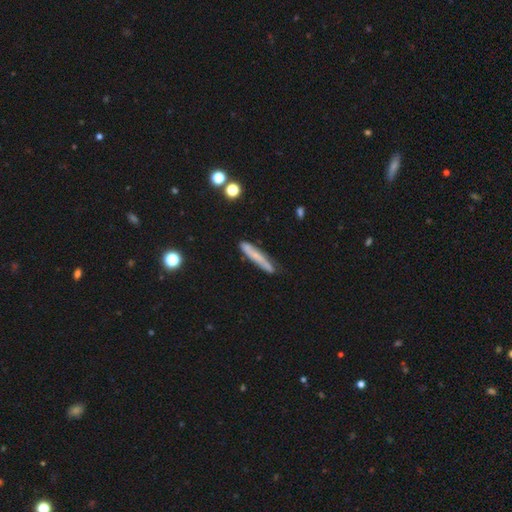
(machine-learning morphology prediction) This appears to be a smooth galaxy with no disk features (55%) that is cigar-shaped (93%). Merging: none (77%).